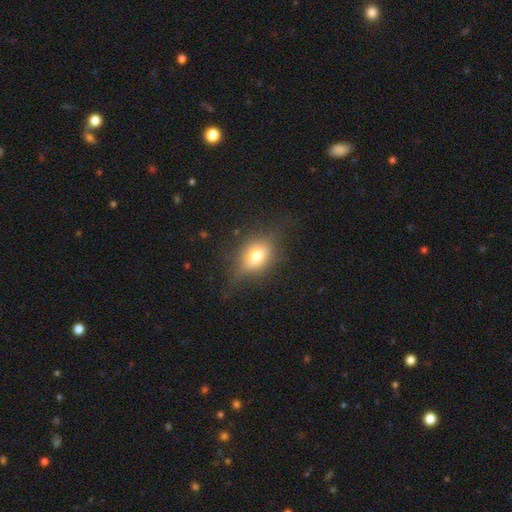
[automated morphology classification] Smooth or featured: smooth — 61% (featured or disk — 28%)
How rounded: in between — 64% (round — 32%)
Merging: none — 67% (minor disturbance — 21%)